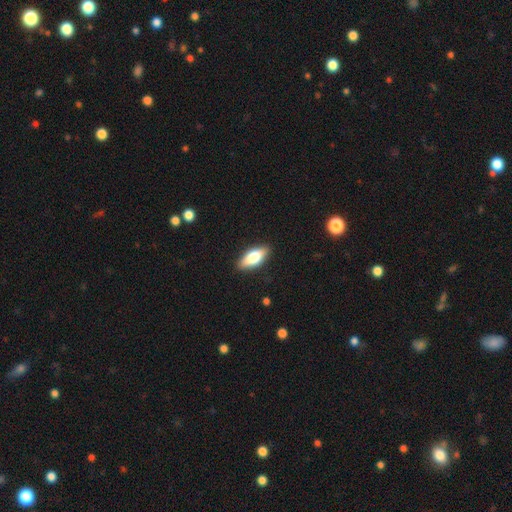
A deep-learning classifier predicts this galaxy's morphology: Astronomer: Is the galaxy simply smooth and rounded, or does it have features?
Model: smooth — 72%.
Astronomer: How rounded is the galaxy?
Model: in between — 81%.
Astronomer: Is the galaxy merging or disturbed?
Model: none — 88%.